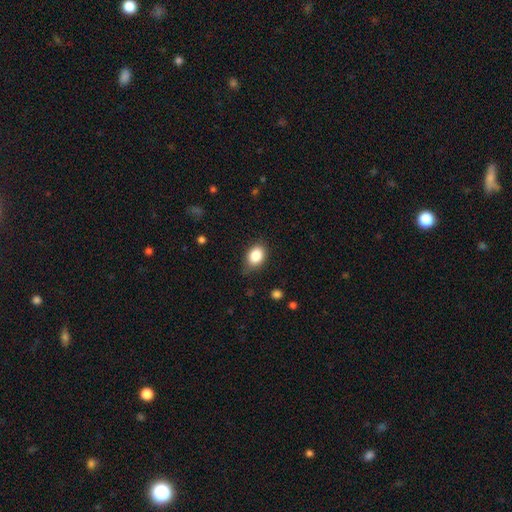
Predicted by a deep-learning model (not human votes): A smooth galaxy with no disk features (85%) that is in between round and cigar-shaped (73%). Merging: none (74%).